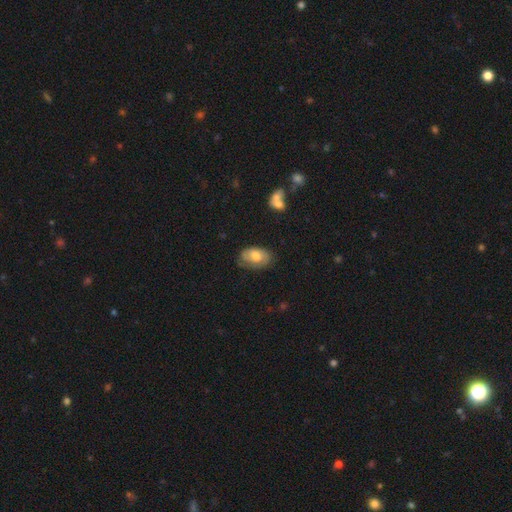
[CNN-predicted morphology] type=smooth (55%); roundness=in between (89%); merging=none (64%).